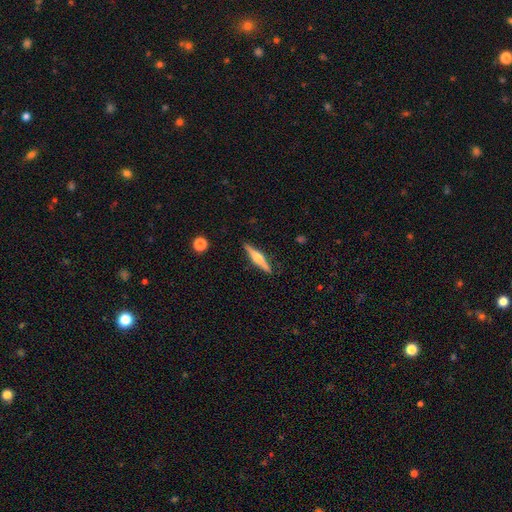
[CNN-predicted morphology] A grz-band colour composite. It shows a featured or disk galaxy (68%) viewed edge-on (98%) with a rounded central bulge (89%). Merging: none (90%).